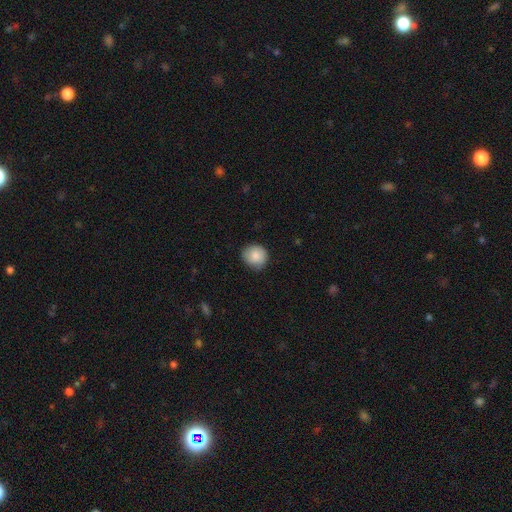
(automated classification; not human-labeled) smooth-or-featured: smooth: 86% | star or artifact: 7% | featured or disk: 7%
  how-rounded: round: 87% | in between: 12% | cigar-shaped: 1%
  merging: none: 79% | minor disturbance: 17% | major disturbance: 3% | merger: 1%